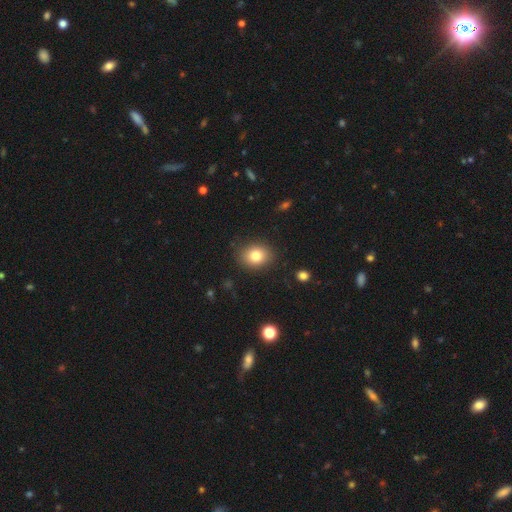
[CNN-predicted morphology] A smooth galaxy with no disk features (80%) that is round (56%).

Vote fractions:
- Smooth or featured? smooth: 80% / star or artifact: 11% / featured or disk: 9%
- How rounded? round: 56% / in between: 43% / cigar-shaped: 1%
- Merging? none: 87% / minor disturbance: 9% / major disturbance: 3% / merger: 1%